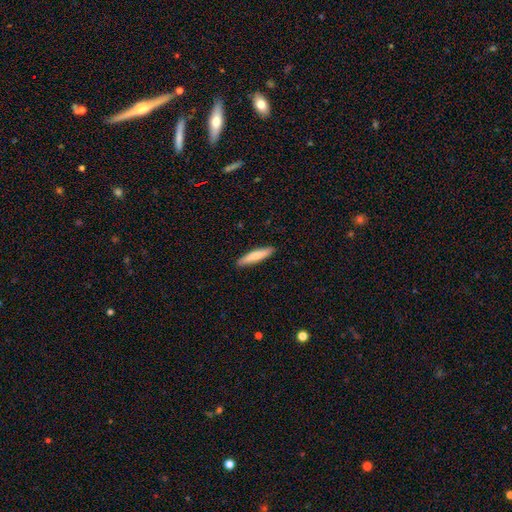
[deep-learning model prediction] Smooth or featured? smooth (74%)
How rounded? cigar-shaped (84%)
Merging? none (90%)